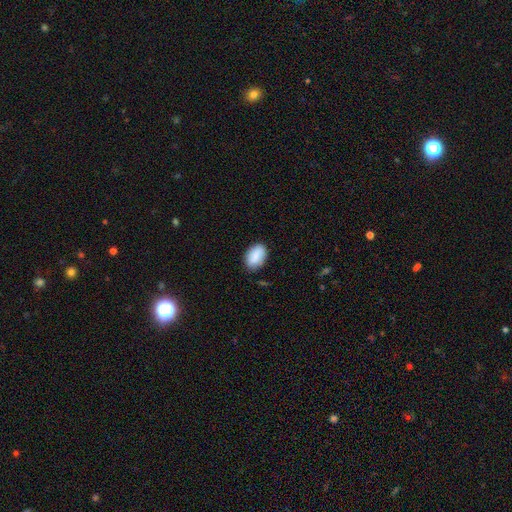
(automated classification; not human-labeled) Overall: smooth (87%). How rounded: in between (90%). Merging: none (78%).